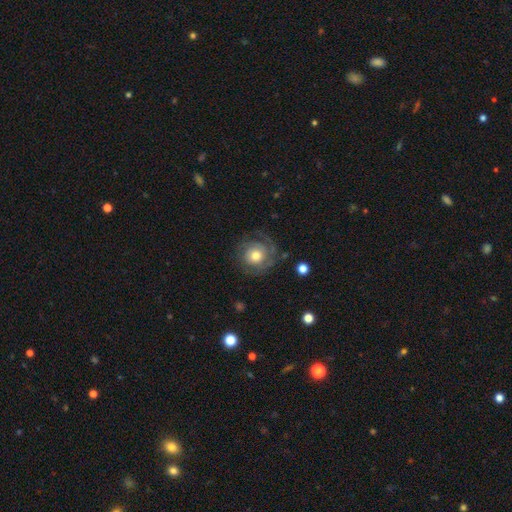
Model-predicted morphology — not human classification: featured or disk 62%, smooth 30%, star or artifact 8%. Down the decision tree: edge-on disk — no (97%); bar — no (84%); spiral arms — yes (82%); bulge size — moderate (66%); merging — none (69%).